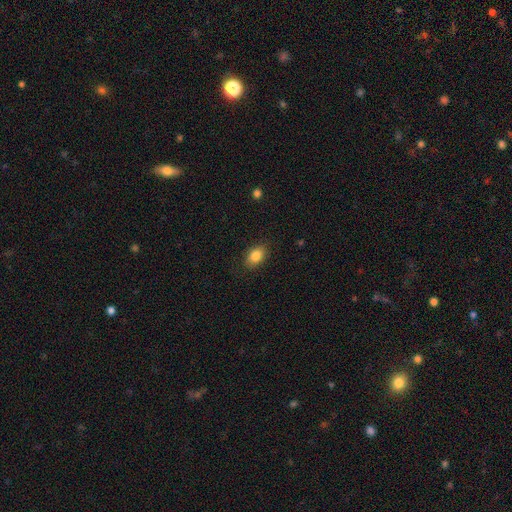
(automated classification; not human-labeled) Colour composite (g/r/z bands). It shows a smooth galaxy with no disk features (85%) that is in between round and cigar-shaped (84%). Merging: none (86%).